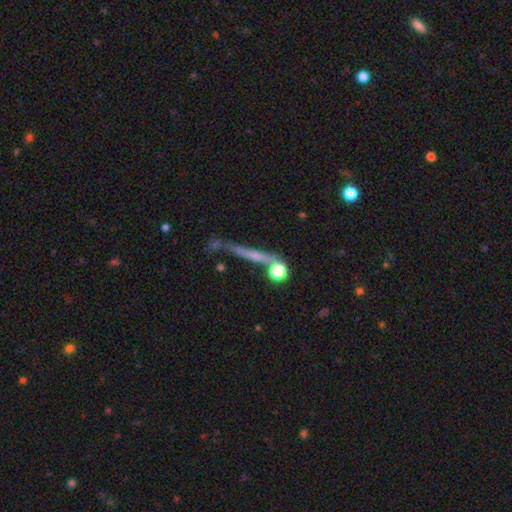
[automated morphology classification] Smooth or featured? featured or disk (50%)
Edge-on disk? yes (89%)
Merging? none (67%)